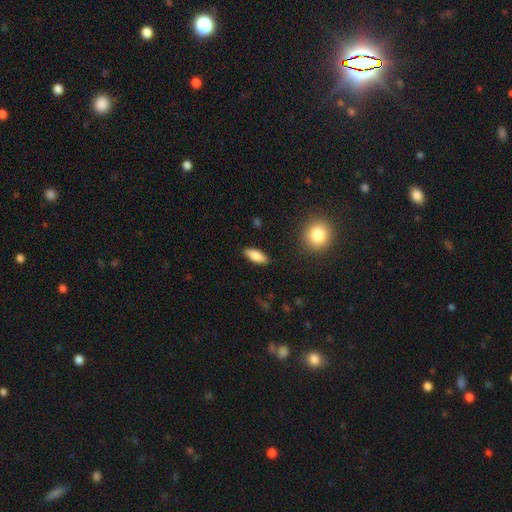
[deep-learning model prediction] The model was most divided on "how rounded": in between: 75%, cigar-shaped: 22%, round: 3%. More confident: merging — none (88%); smooth or featured — smooth (83%).